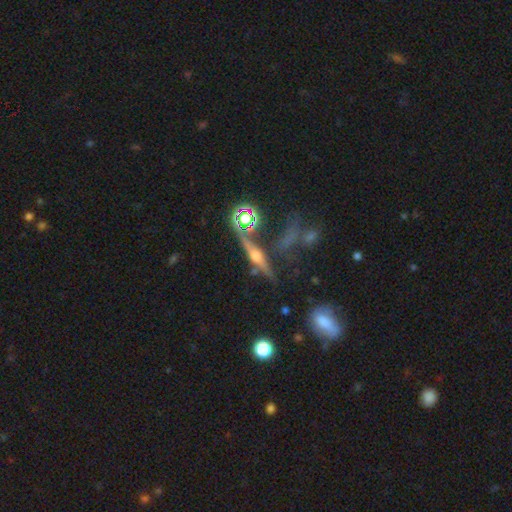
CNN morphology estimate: smooth-or-featured: featured or disk: 64% | star or artifact: 18% | smooth: 17%
  disk-edge-on: yes: 90% | no: 10%
    edge-on-bulge: rounded: 87% | boxy: 8% | none: 5%
  merging: none: 73% | minor disturbance: 14% | merger: 7% | major disturbance: 6%